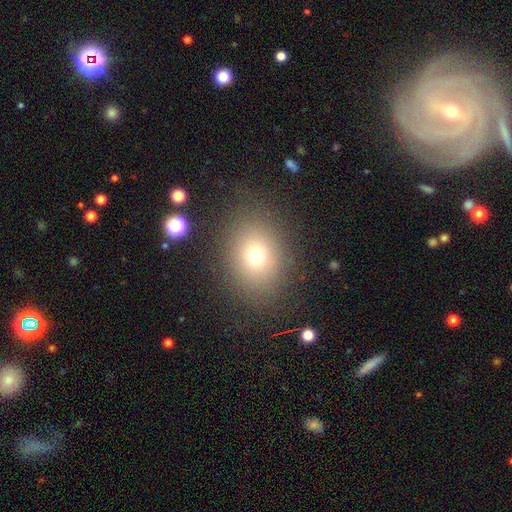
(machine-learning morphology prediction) smooth_or_featured: smooth (p=0.70) [alt: star or artifact p=0.18]
how_rounded: round (p=0.61) [alt: in between p=0.38]
merging: none (p=0.83) [alt: minor disturbance p=0.09]